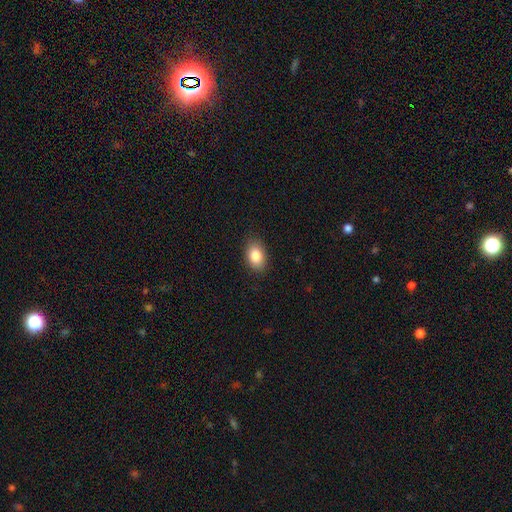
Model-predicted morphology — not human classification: Smooth or featured? smooth (85%)
How rounded? in between (86%)
Merging? none (87%)